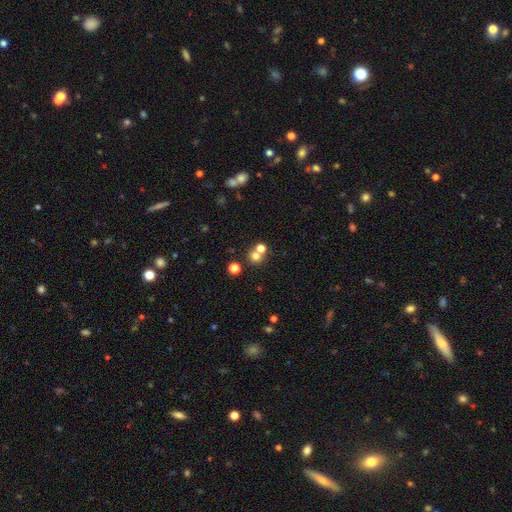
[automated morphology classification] This is likely a smooth galaxy (69%). How rounded: clearly round (87%). Merging: possibly none (54%).